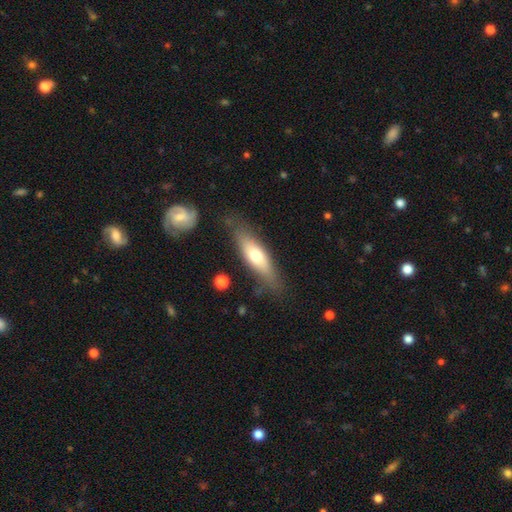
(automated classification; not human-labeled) smooth-or-featured: smooth: 59% | featured or disk: 35% | star or artifact: 6%
  how-rounded: cigar-shaped: 54% | in between: 44% | round: 2%
  merging: none: 75% | minor disturbance: 17% | major disturbance: 5% | merger: 3%